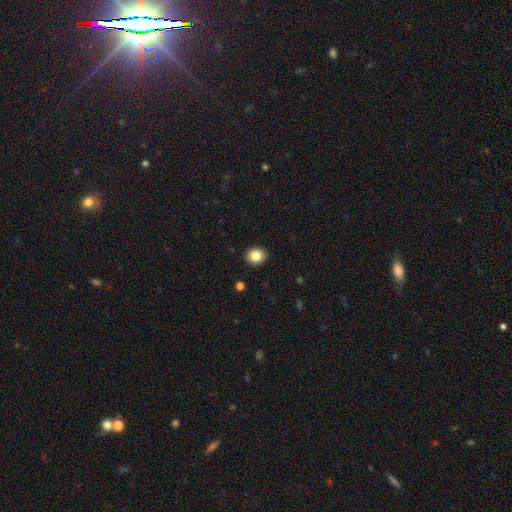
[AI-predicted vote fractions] smooth_or_featured: smooth (p=0.84) [alt: star or artifact p=0.10]
how_rounded: round (p=0.72) [alt: in between p=0.27]
merging: none (p=0.92) [alt: minor disturbance p=0.06]